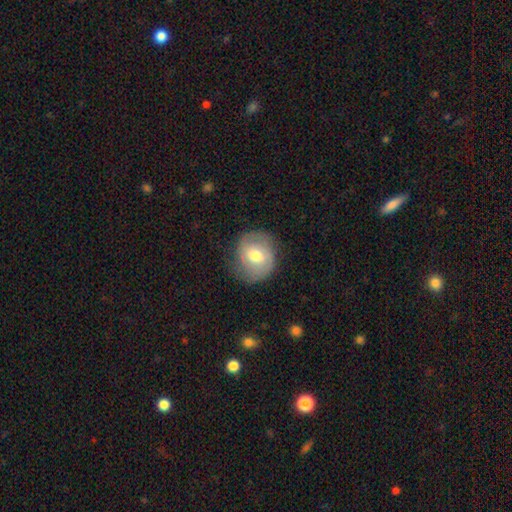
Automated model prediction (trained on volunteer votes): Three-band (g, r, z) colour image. It shows a smooth galaxy with no disk features (51%) that is round (75%). Merging: none (69%).